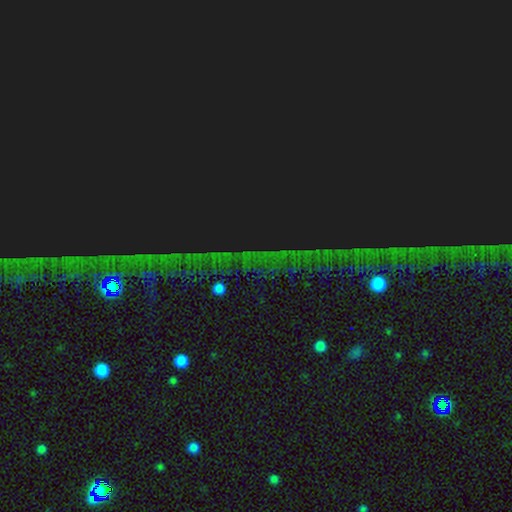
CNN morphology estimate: Smooth or featured: star or artifact — 86% (featured or disk — 7%)